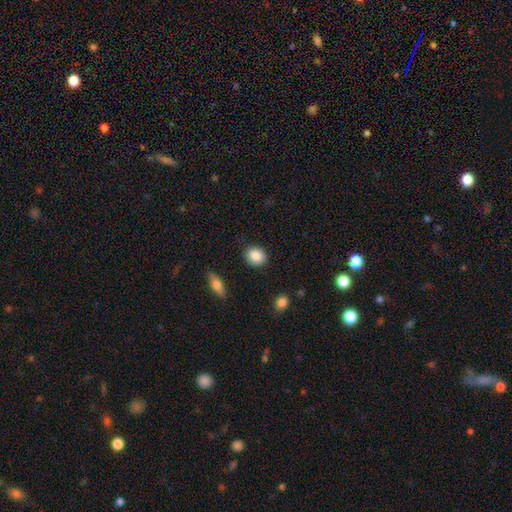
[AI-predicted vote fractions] smooth_or_featured: smooth (p=0.87) [alt: star or artifact p=0.07]
how_rounded: round (p=0.64) [alt: in between p=0.35]
merging: none (p=0.89) [alt: minor disturbance p=0.08]